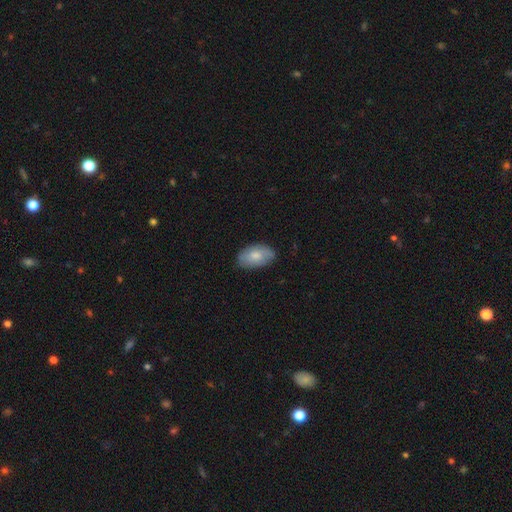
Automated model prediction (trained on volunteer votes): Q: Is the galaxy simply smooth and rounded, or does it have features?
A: smooth — 74%.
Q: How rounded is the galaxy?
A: in between — 94%.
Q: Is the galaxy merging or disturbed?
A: none — 78%.